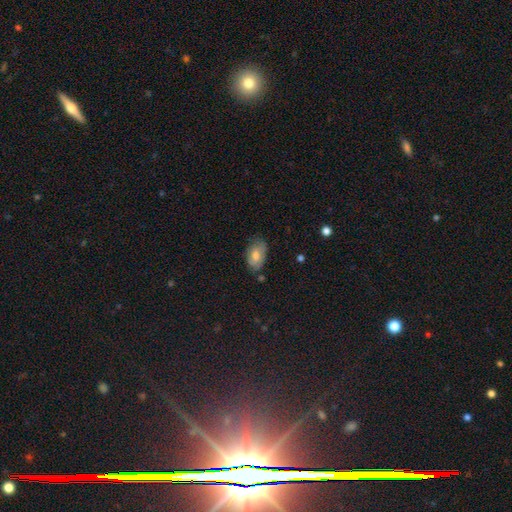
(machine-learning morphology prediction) Q: Smooth or featured?
A: smooth (67%); runner-up: featured or disk (25%)
Q: How rounded?
A: in between (89%); runner-up: round (9%)
Q: Merging?
A: none (67%); runner-up: minor disturbance (26%)